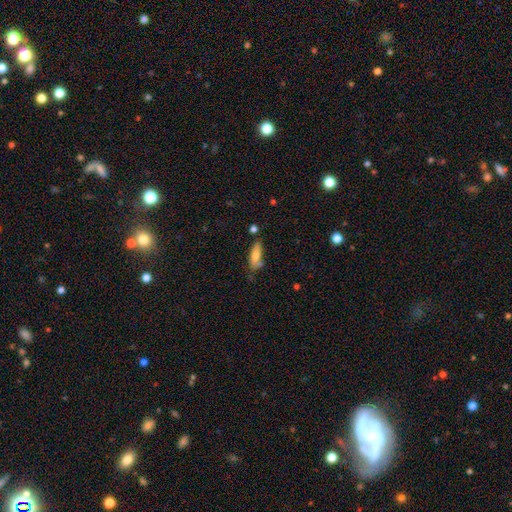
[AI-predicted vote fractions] Q: Smooth or featured?
A: smooth (76%); runner-up: featured or disk (16%)
Q: How rounded?
A: in between (65%); runner-up: cigar-shaped (32%)
Q: Merging?
A: none (59%); runner-up: minor disturbance (25%)